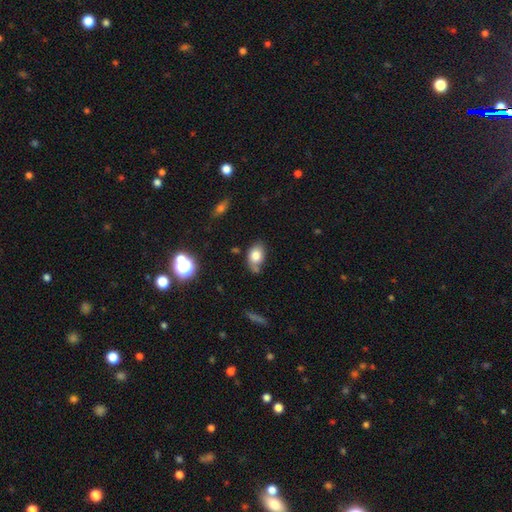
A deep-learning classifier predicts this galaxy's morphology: This is likely a smooth galaxy (78%). How rounded: likely in between (78%). Merging: possibly none (56%).